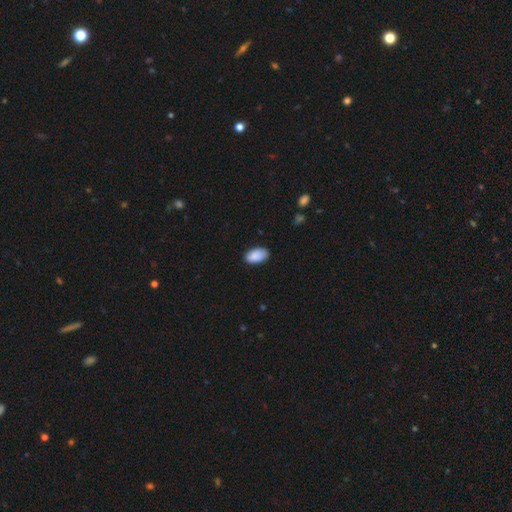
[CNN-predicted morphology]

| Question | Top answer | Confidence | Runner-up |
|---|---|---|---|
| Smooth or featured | smooth | 90% | star or artifact (6%) |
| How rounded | in between | 95% | round (3%) |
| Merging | none | 82% | minor disturbance (15%) |